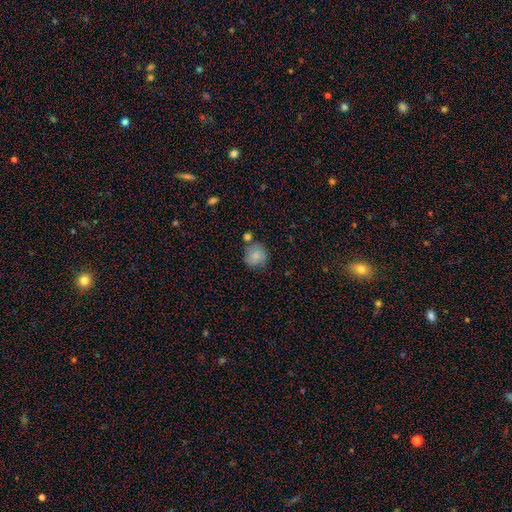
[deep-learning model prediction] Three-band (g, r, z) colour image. It shows a smooth galaxy with no disk features (81%) that is round (85%). Merging: none (62%).